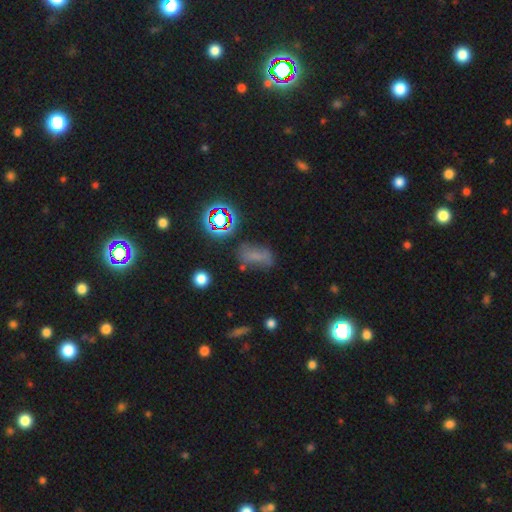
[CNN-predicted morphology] This appears to be a smooth galaxy with no disk features (49%). Merging: none (52%).